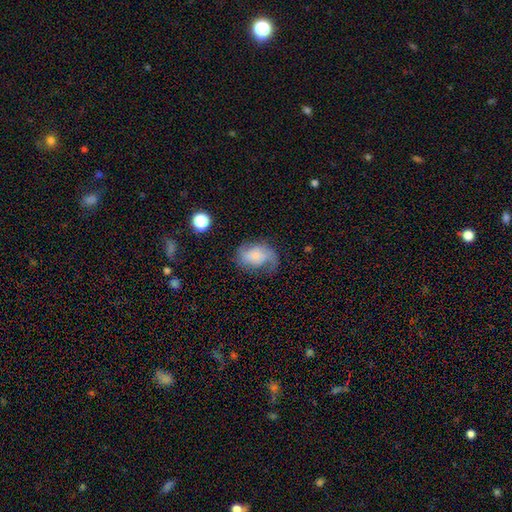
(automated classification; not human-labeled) Smooth or featured: featured or disk — 56% (smooth — 35%)
Edge-on disk: no — 97% (yes — 3%)
Bar: no — 69% (weak — 26%)
Spiral arms: yes — 89% (no — 11%)
Bulge size: small — 43% (none — 21%)
Merging: none — 52% (minor disturbance — 26%)